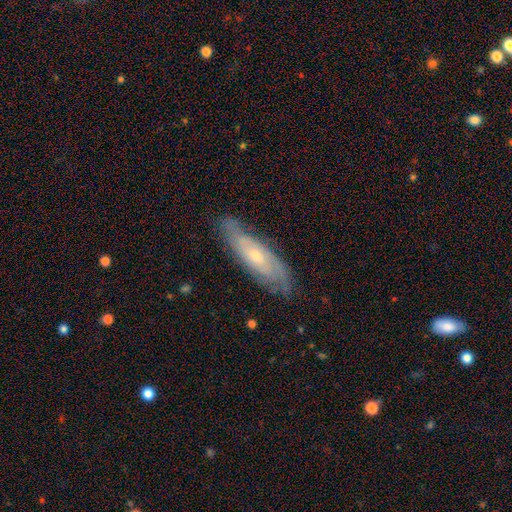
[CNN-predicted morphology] This is likely a featured or disk galaxy (72%). It is likely not viewed edge-on (73%). Bar: likely no (69%). Spiral arm pattern: clearly yes (87%). Central bulge: possibly small (56%). Merging: likely none (77%).